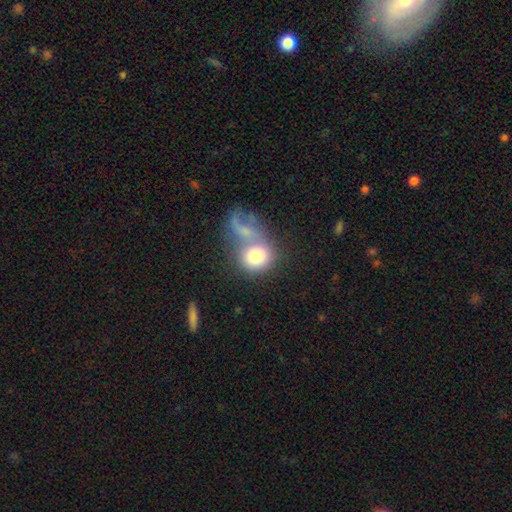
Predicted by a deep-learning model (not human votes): Overall: smooth (75%). How rounded: round (72%). Merging: merger (55%; none 24%).